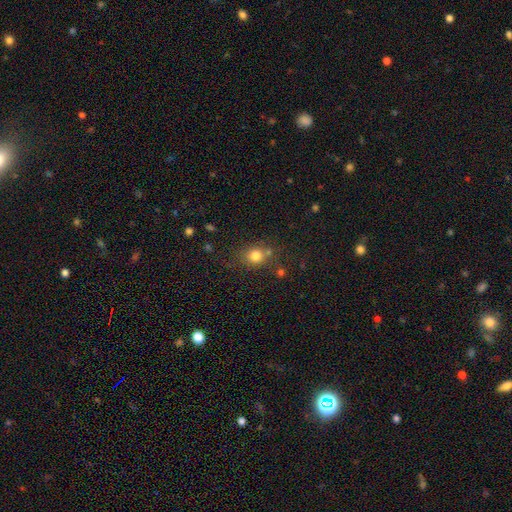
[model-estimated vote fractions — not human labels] Smooth or featured?
  - smooth: 80% *
  - star or artifact: 13%
  - featured or disk: 7%
How rounded?
  - round: 74% *
  - in between: 25%
  - cigar-shaped: 1%
Merging?
  - none: 67% *
  - minor disturbance: 14%
  - merger: 14%
  - major disturbance: 5%